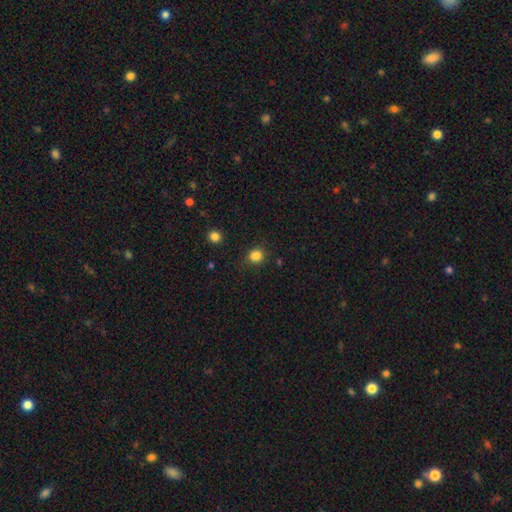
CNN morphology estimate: smooth_or_featured: smooth (p=0.84) [alt: star or artifact p=0.13]
how_rounded: round (p=0.82) [alt: in between p=0.17]
merging: none (p=0.82) [alt: minor disturbance p=0.12]